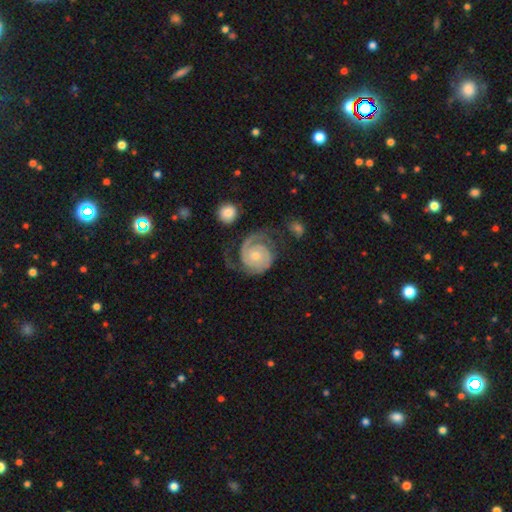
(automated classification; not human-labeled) featured or disk 88%, smooth 7%, star or artifact 4%. Down the decision tree: edge-on disk — no (98%); bar — no (72%); spiral arms — yes (98%); spiral arm count — 2 (75%); spiral winding — tight (61%); bulge size — moderate (53%); merging — none (56%).